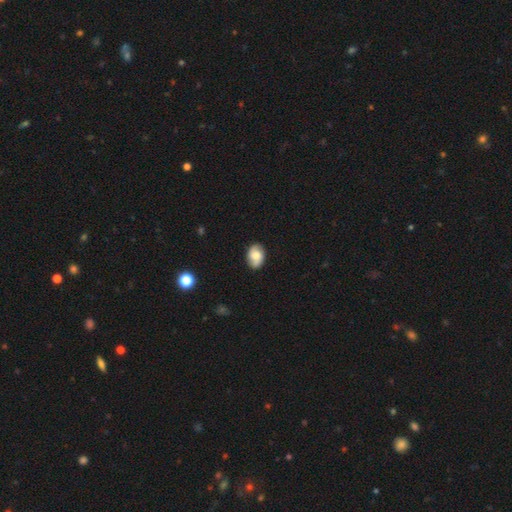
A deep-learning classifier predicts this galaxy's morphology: Smooth or featured? Predicted: smooth (p=0.59). How rounded? Predicted: in between (p=0.76). Merging? Predicted: none (p=0.82).